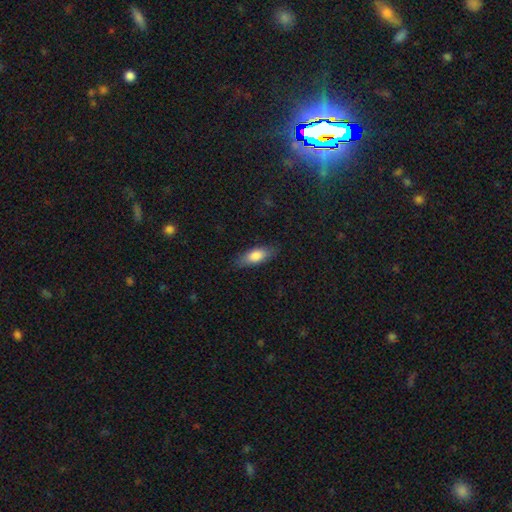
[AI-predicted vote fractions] This appears to be a smooth galaxy with no disk features (79%) that is in between round and cigar-shaped (73%). Merging: none (82%).